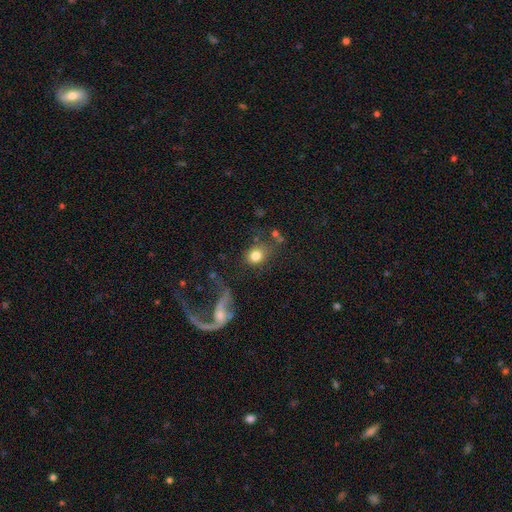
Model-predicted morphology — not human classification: Overall: smooth (79%). How rounded: round (70%). Merging: none (64%).